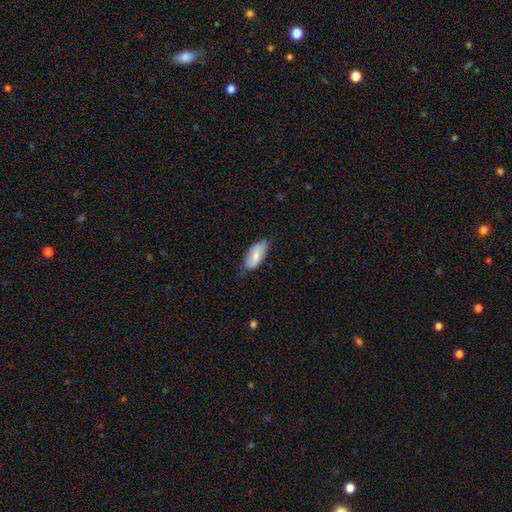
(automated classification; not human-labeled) A smooth galaxy with no disk features (74%) that is in between round and cigar-shaped (91%).

Vote fractions:
- Smooth or featured? smooth: 74% / featured or disk: 20% / star or artifact: 6%
- How rounded? in between: 91% / cigar-shaped: 7% / round: 2%
- Merging? none: 73% / minor disturbance: 23% / major disturbance: 3% / merger: 1%